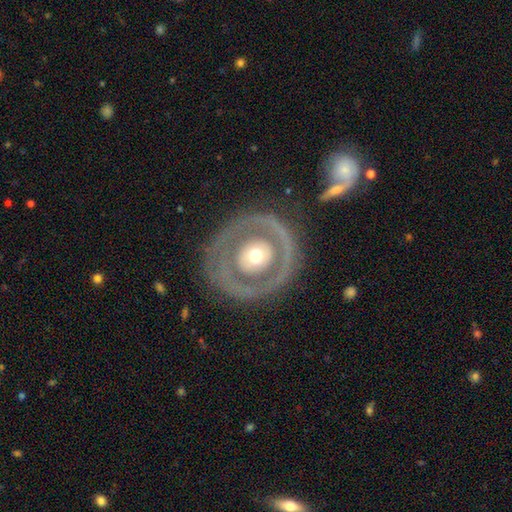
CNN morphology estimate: This is likely a featured or disk galaxy (61%). It is clearly not viewed edge-on (95%). Bar: clearly no (89%). Spiral arm pattern: clearly no (84%). Central bulge: likely moderate (68%). Merging: likely none (75%).